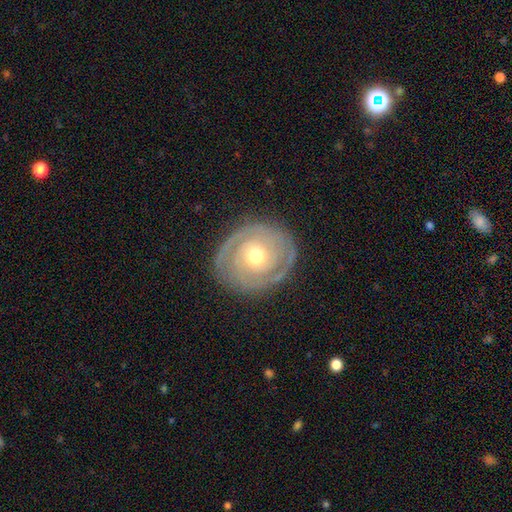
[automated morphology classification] This appears to be a featured or disk galaxy (80%) with no bar (76%), 2 (54%) tight (76%) spiral arms (86%) and a moderate central bulge (68%). Merging: none (85%).